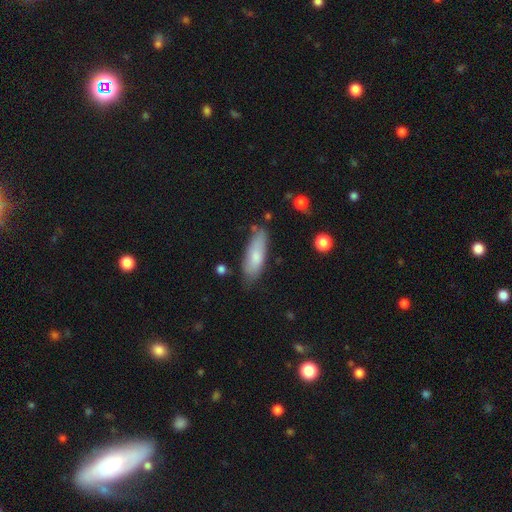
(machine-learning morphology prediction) Smooth or featured? Predicted: smooth (p=0.77). How rounded? Predicted: in between (p=0.59). Merging? Predicted: none (p=0.70).